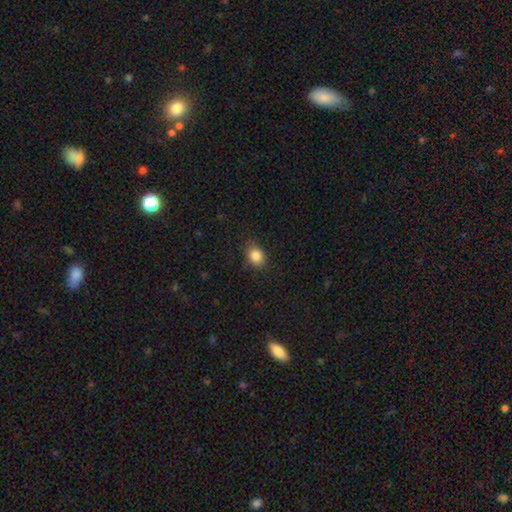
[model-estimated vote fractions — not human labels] Morphology: type=smooth (86%); roundness=round (50%); merging=none (81%).